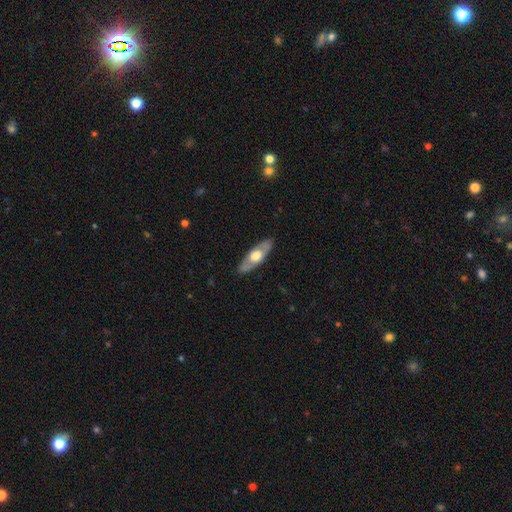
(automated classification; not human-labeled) featured or disk 51%, smooth 44%, star or artifact 5%. Down the decision tree: edge-on disk — no (56%); merging — none (85%).